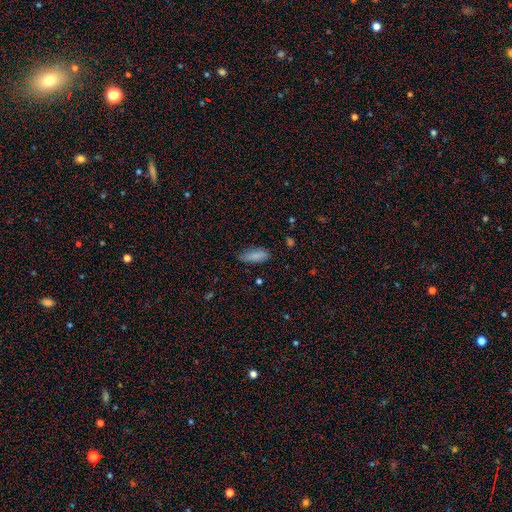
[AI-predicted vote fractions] Smooth or featured?
  - smooth: 83% *
  - star or artifact: 9%
  - featured or disk: 8%
How rounded?
  - in between: 77% *
  - cigar-shaped: 21%
  - round: 2%
Merging?
  - none: 69% *
  - minor disturbance: 24%
  - major disturbance: 5%
  - merger: 2%